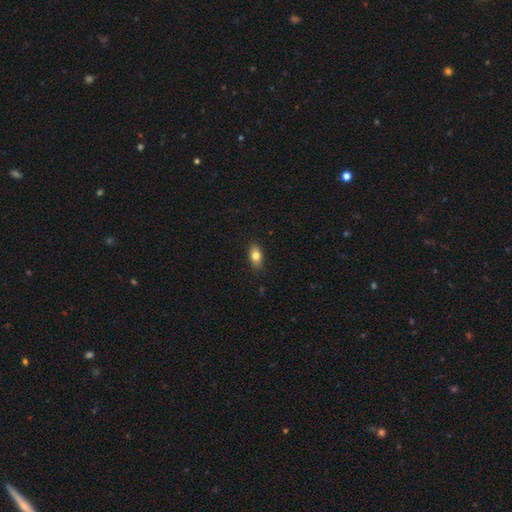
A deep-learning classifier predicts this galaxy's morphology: Q: Smooth or featured?
A: smooth (78%); runner-up: featured or disk (14%)
Q: How rounded?
A: in between (86%); runner-up: round (8%)
Q: Merging?
A: none (87%); runner-up: minor disturbance (10%)